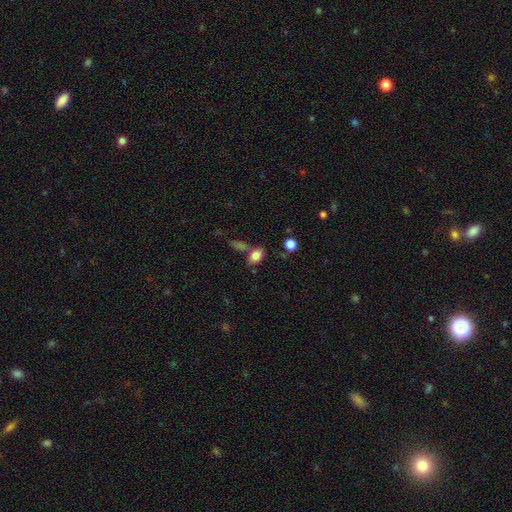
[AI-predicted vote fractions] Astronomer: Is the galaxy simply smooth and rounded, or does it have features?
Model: smooth — 82%.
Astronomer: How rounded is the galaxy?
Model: in between — 83%.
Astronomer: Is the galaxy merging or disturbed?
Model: none — 66%.